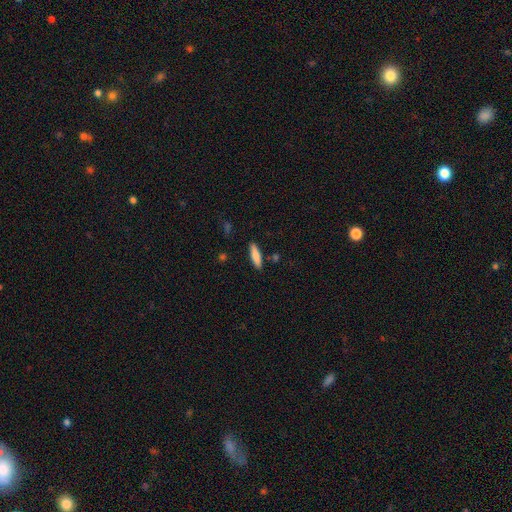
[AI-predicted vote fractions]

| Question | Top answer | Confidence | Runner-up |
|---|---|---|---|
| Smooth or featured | smooth | 82% | featured or disk (12%) |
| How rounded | cigar-shaped | 71% | in between (27%) |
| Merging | none | 87% | minor disturbance (9%) |